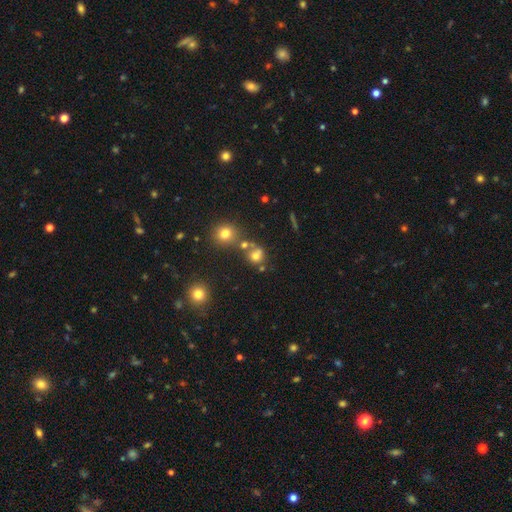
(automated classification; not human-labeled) Smooth or featured? smooth (68%)
How rounded? round (81%)
Merging? none (50%)